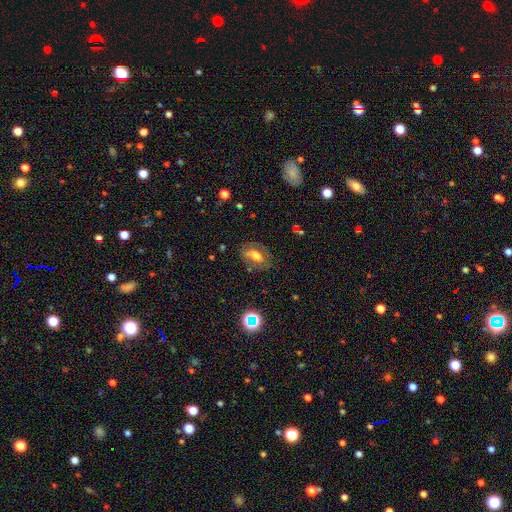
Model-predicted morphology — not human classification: smooth_or_featured: smooth (p=0.46) [alt: featured or disk p=0.43]
merging: none (p=0.72) [alt: minor disturbance p=0.18]